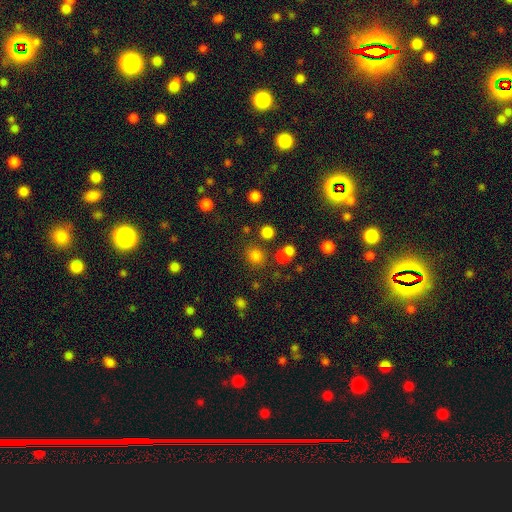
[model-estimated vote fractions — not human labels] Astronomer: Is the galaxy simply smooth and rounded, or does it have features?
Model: smooth — 76%.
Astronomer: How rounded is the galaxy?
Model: round — 86%.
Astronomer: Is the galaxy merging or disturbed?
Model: none — 77%.